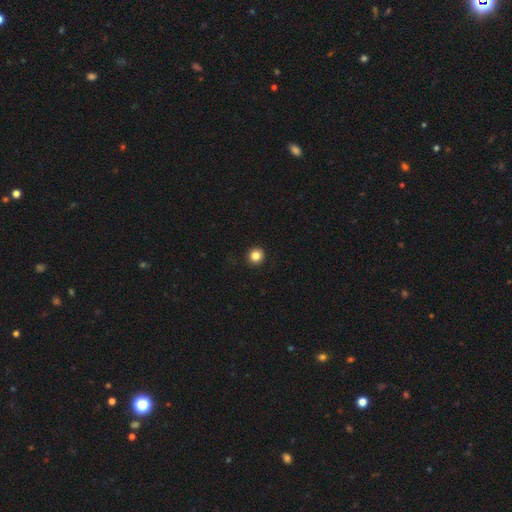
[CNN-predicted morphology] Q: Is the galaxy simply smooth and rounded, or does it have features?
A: smooth — 84%.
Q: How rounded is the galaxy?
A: round — 92%.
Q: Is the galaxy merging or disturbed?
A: none — 93%.